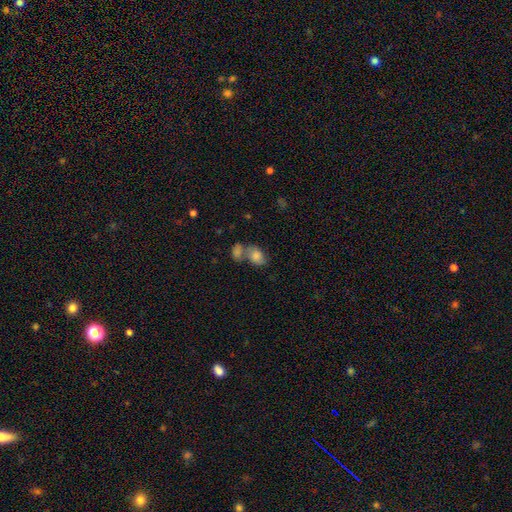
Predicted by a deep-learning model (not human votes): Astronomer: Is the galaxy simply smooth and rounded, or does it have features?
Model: smooth — 75%.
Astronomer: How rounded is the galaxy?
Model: in between — 70%.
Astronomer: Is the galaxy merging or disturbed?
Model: merger — 50% (runner-up: none, 33%).